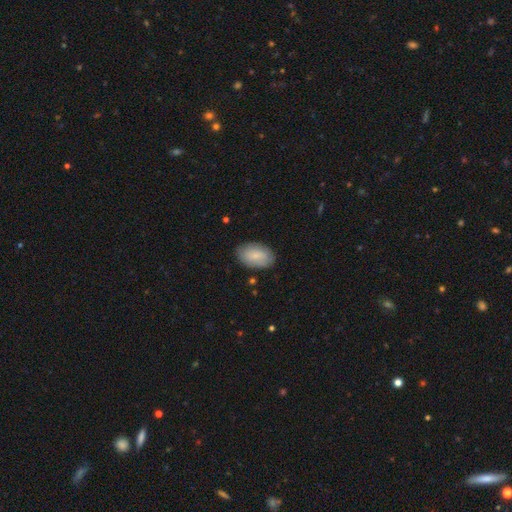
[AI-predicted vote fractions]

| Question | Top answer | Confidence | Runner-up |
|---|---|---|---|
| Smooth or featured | smooth | 78% | featured or disk (16%) |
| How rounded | in between | 93% | round (6%) |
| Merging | none | 85% | minor disturbance (11%) |